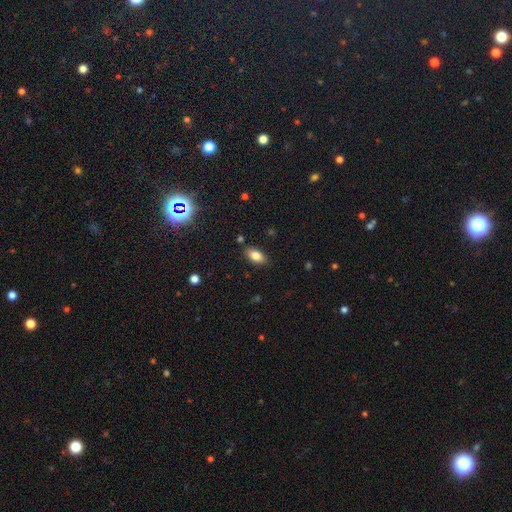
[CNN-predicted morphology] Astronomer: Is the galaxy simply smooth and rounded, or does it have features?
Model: smooth — 80%.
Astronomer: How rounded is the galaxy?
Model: in between — 90%.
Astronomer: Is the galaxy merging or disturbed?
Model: none — 85%.